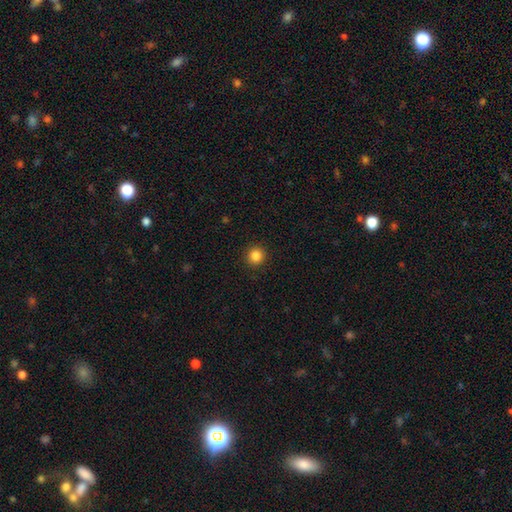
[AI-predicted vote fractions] Q: Smooth or featured?
A: smooth (85%); runner-up: star or artifact (11%)
Q: How rounded?
A: round (94%); runner-up: in between (5%)
Q: Merging?
A: none (93%); runner-up: minor disturbance (5%)